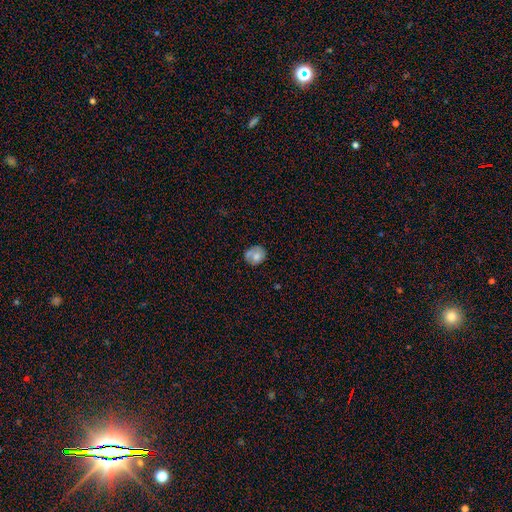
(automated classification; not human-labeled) Smooth or featured? Predicted: smooth (p=0.68). How rounded? Predicted: round (p=0.67). Merging? Predicted: none (p=0.59).